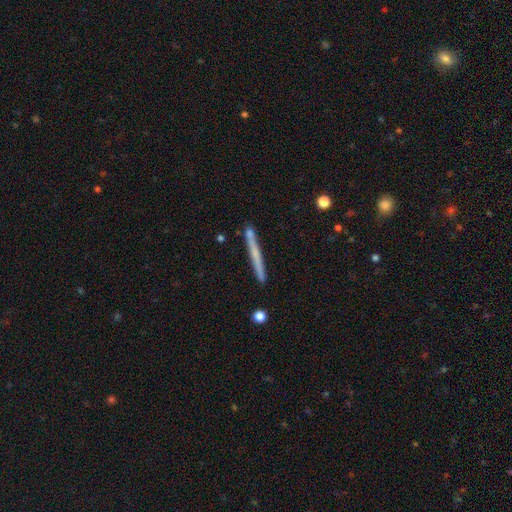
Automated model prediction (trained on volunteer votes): Smooth or featured: smooth — 50% (featured or disk — 43%)
How rounded: cigar-shaped — 97% (in between — 2%)
Merging: none — 83% (minor disturbance — 9%)